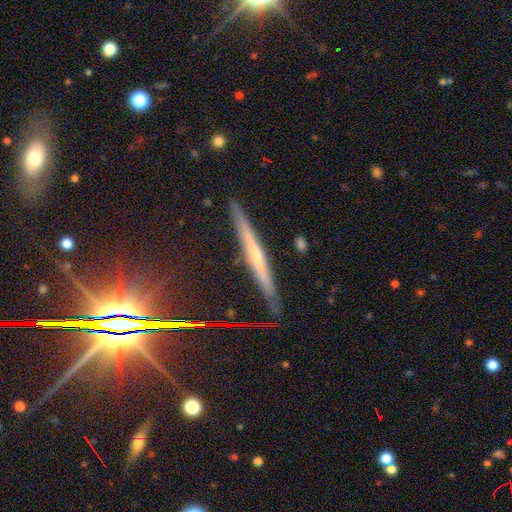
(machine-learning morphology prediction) The model was most divided on "edge-on bulge": none: 62%, rounded: 31%, boxy: 7%. More confident: edge-on disk — yes (97%); merging — none (89%); smooth or featured — featured or disk (61%).